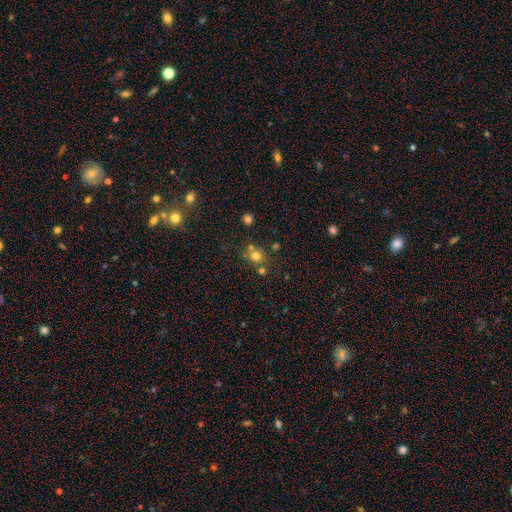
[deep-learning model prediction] This appears to be a smooth galaxy with no disk features (73%) that is round (86%). Merging: none (64%).